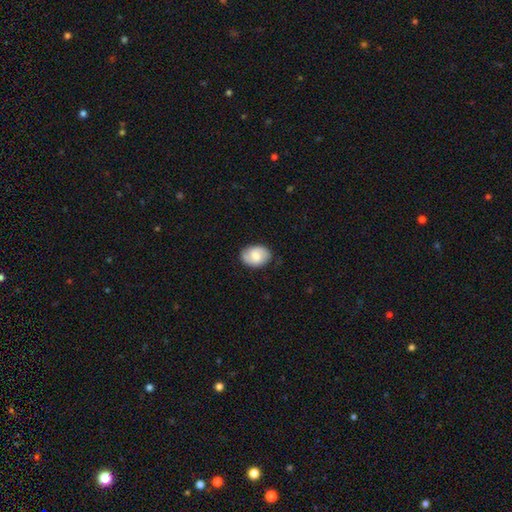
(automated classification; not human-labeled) smooth-or-featured: smooth: 68% | featured or disk: 25% | star or artifact: 7%
  how-rounded: in between: 75% | round: 24% | cigar-shaped: 1%
  merging: none: 81% | minor disturbance: 15% | major disturbance: 3% | merger: 1%